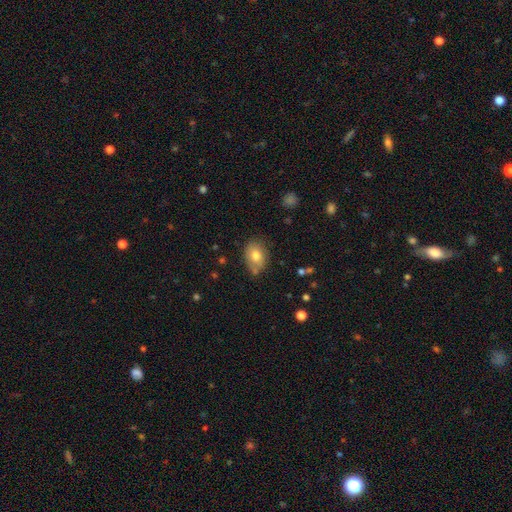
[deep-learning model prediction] Smooth or featured: smooth — 76% (featured or disk — 15%)
How rounded: in between — 75% (round — 24%)
Merging: none — 67% (minor disturbance — 22%)